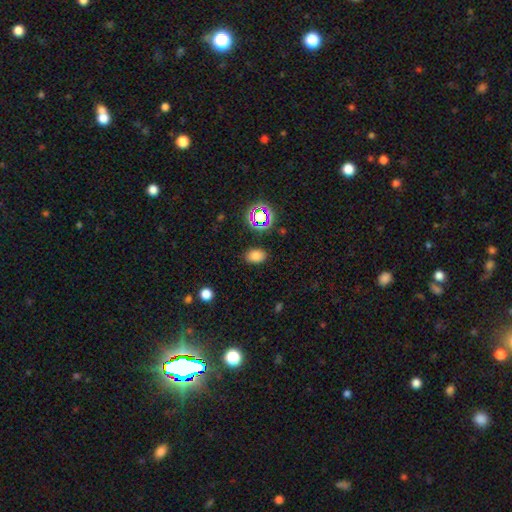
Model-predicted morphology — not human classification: A smooth galaxy with no disk features (77%) that is in between round and cigar-shaped (80%).

Vote fractions:
- Smooth or featured? smooth: 77% / star or artifact: 17% / featured or disk: 6%
- How rounded? in between: 80% / round: 18% / cigar-shaped: 1%
- Merging? none: 85% / minor disturbance: 10% / major disturbance: 3% / merger: 2%